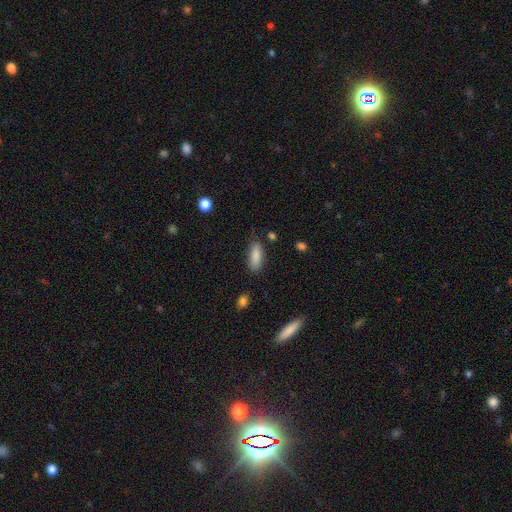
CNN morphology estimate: This appears to be a smooth galaxy with no disk features (86%) that is in between round and cigar-shaped (72%). Merging: none (77%).